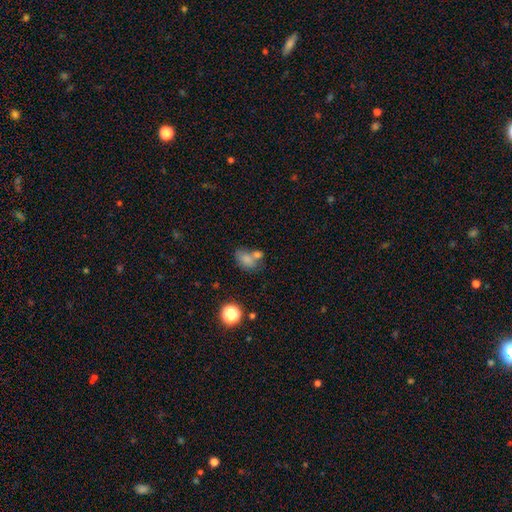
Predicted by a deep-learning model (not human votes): smooth_or_featured: smooth (p=0.70) [alt: star or artifact p=0.16]
how_rounded: in between (p=0.75) [alt: round p=0.23]
merging: merger (p=0.39) [alt: none p=0.37]